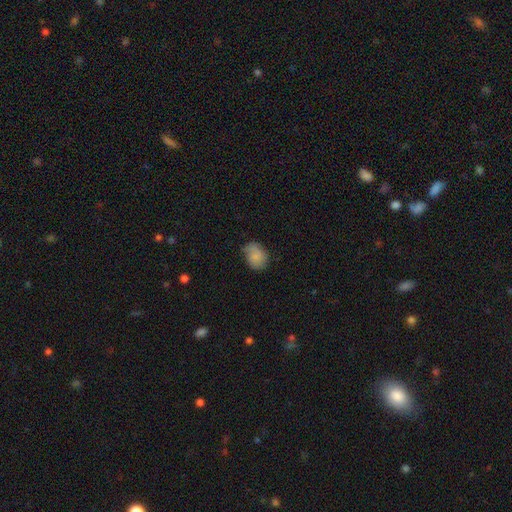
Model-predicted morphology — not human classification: smooth-or-featured: smooth: 80% | featured or disk: 11% | star or artifact: 9%
  how-rounded: in between: 64% | round: 34% | cigar-shaped: 1%
  merging: none: 55% | minor disturbance: 34% | major disturbance: 10% | merger: 2%